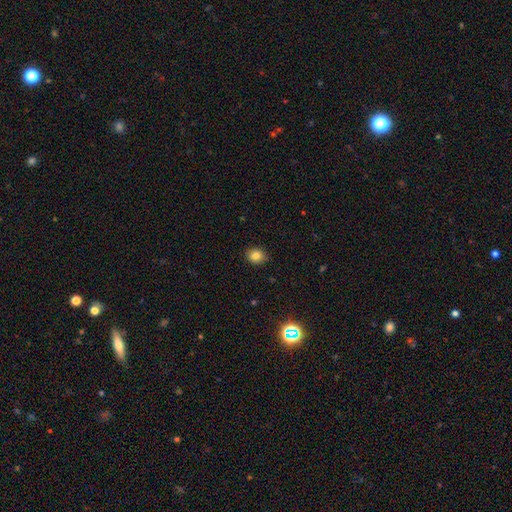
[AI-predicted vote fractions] Smooth or featured: smooth — 82% (star or artifact — 11%)
How rounded: round — 59% (in between — 40%)
Merging: none — 87% (minor disturbance — 10%)